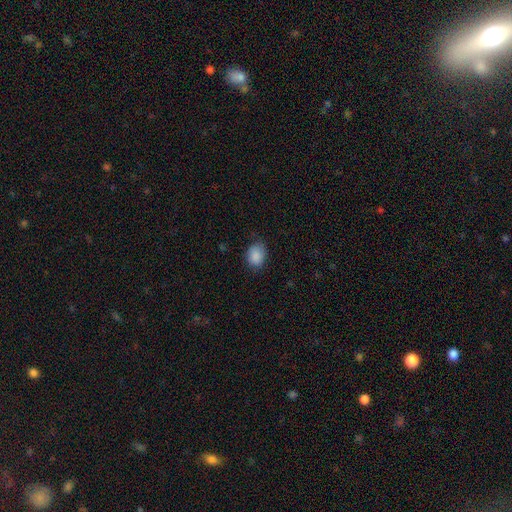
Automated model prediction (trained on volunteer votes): A smooth galaxy with no disk features (88%) that is in between round and cigar-shaped (58%). Merging: none (73%).